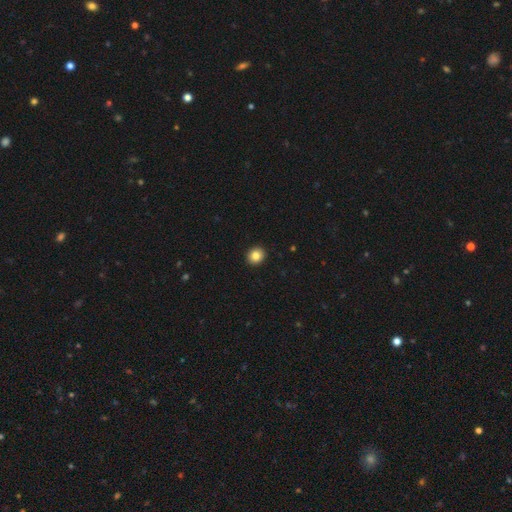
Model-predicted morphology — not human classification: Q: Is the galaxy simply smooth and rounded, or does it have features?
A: smooth — 85%.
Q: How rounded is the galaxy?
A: round — 77%.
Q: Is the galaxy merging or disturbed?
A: none — 93%.